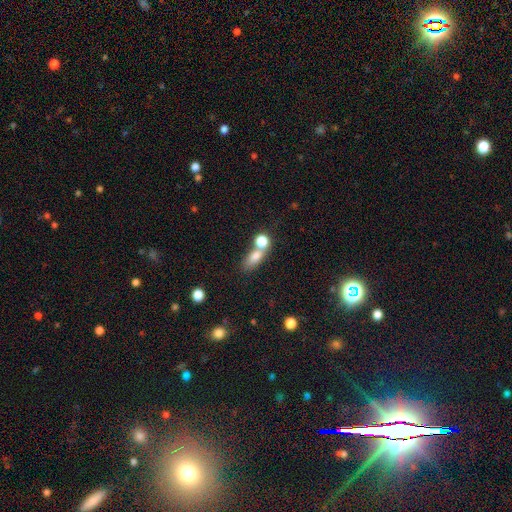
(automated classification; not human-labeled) Smooth or featured? Predicted: smooth (p=0.76). How rounded? Predicted: in between (p=0.68). Merging? Predicted: none (p=0.41).